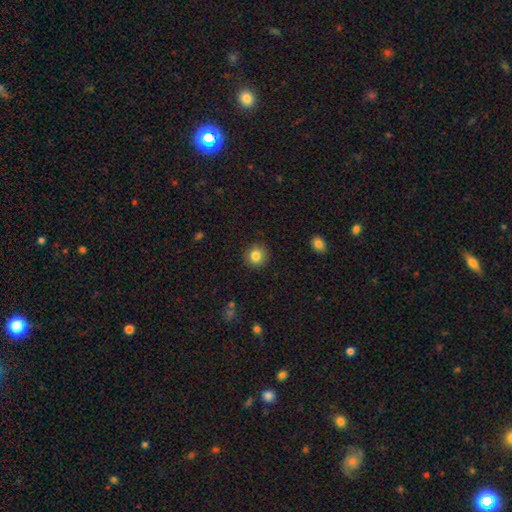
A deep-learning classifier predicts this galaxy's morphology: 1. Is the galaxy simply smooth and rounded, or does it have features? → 84% smooth, 10% star or artifact, 6% featured or disk.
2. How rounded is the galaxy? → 88% round, 11% in between, 1% cigar-shaped.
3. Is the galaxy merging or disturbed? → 89% none, 7% minor disturbance, 2% major disturbance, 1% merger.